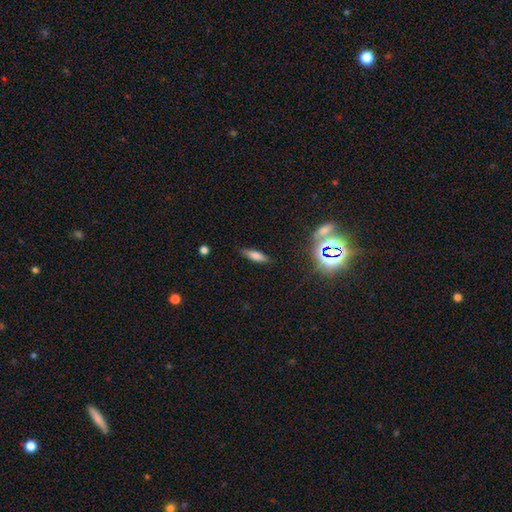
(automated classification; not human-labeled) smooth-or-featured: smooth: 71% | featured or disk: 17% | star or artifact: 12%
  how-rounded: cigar-shaped: 53% | in between: 44% | round: 3%
  merging: none: 84% | minor disturbance: 12% | major disturbance: 3% | merger: 2%